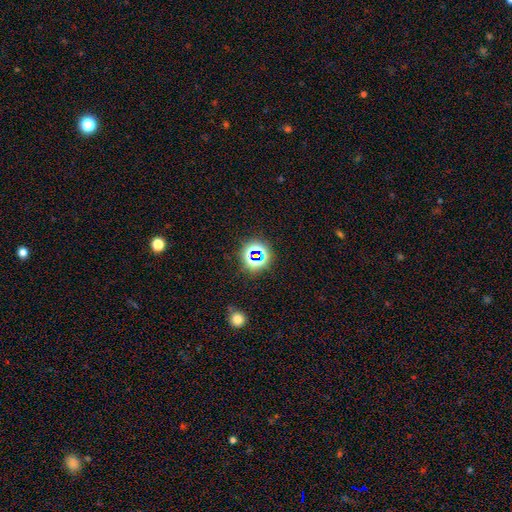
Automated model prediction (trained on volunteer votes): This appears to be a star or artifact, not a galaxy (68%).